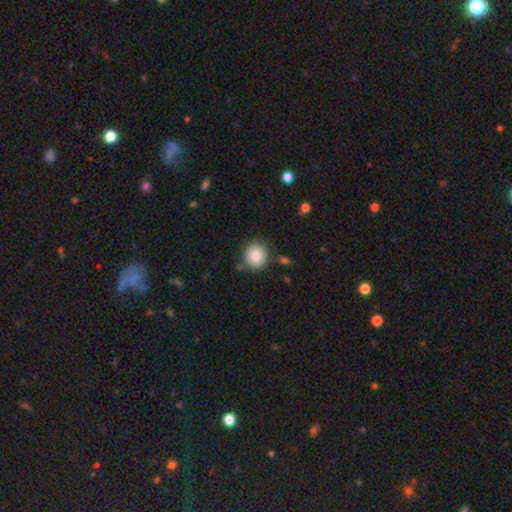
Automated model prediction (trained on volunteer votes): Q: Smooth or featured?
A: smooth (85%); runner-up: star or artifact (9%)
Q: How rounded?
A: round (81%); runner-up: in between (18%)
Q: Merging?
A: none (83%); runner-up: minor disturbance (11%)